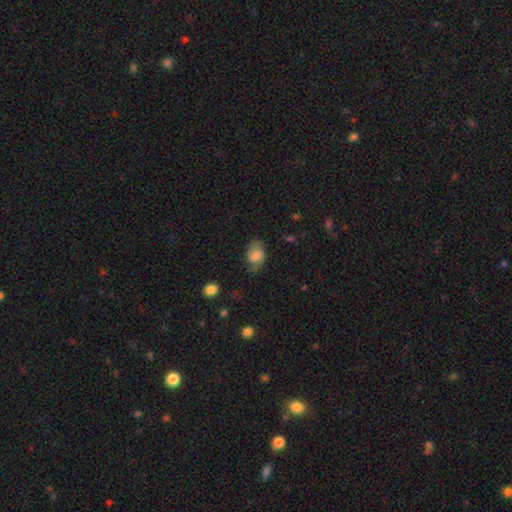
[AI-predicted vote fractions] Smooth or featured?
  - smooth: 51% *
  - featured or disk: 41%
  - star or artifact: 9%
How rounded?
  - in between: 76% *
  - round: 23%
  - cigar-shaped: 1%
Merging?
  - none: 60% *
  - minor disturbance: 26%
  - major disturbance: 12%
  - merger: 2%